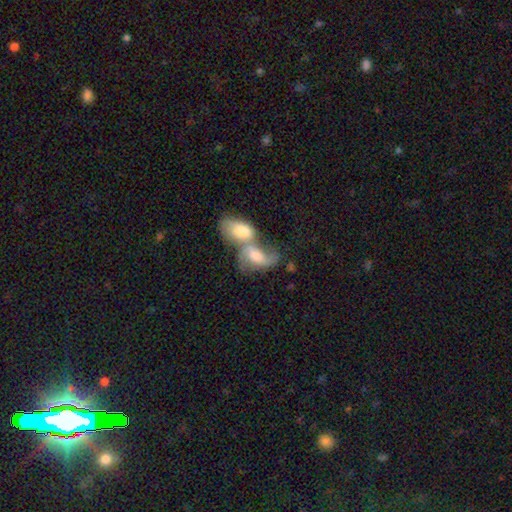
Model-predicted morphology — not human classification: smooth 47%, featured or disk 46%, star or artifact 7%. Down the decision tree: merging — merger (76%).